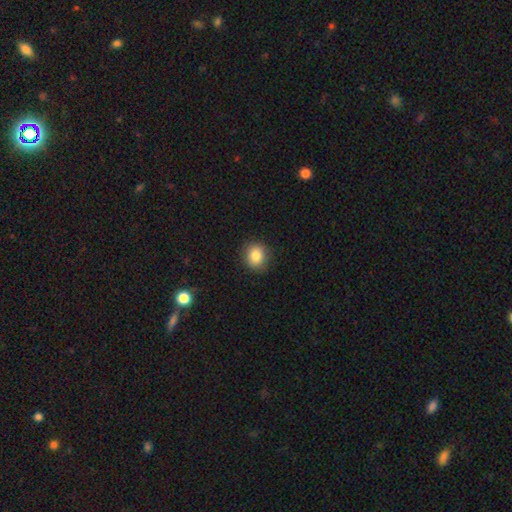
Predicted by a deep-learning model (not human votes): Smooth or featured?
  - smooth: 85% *
  - star or artifact: 9%
  - featured or disk: 6%
How rounded?
  - round: 74% *
  - in between: 25%
  - cigar-shaped: 1%
Merging?
  - none: 88% *
  - minor disturbance: 9%
  - major disturbance: 2%
  - merger: 1%